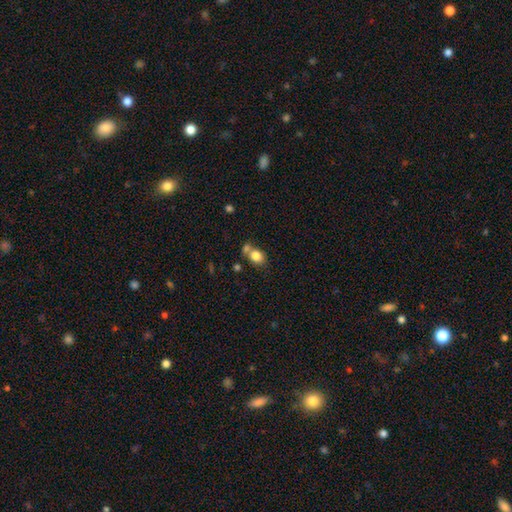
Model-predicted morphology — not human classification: A smooth galaxy with no disk features (81%) that is in between round and cigar-shaped (50%).

Vote fractions:
- Smooth or featured? smooth: 81% / star or artifact: 9% / featured or disk: 9%
- How rounded? in between: 50% / round: 49% / cigar-shaped: 1%
- Merging? none: 48% / merger: 36% / minor disturbance: 11% / major disturbance: 4%